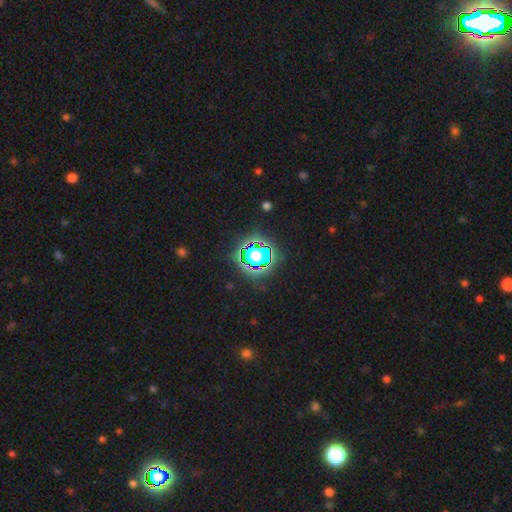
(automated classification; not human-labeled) Smooth or featured? Predicted: star or artifact (p=0.63).